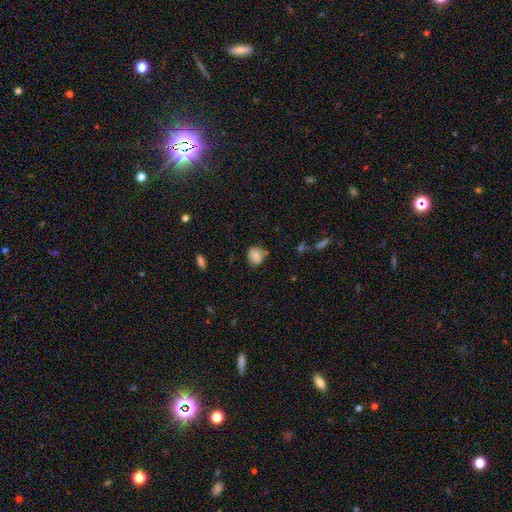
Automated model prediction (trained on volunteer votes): The model was most divided on "how rounded": round: 59%, in between: 39%, cigar-shaped: 1%. More confident: smooth or featured — smooth (83%); merging — none (63%).